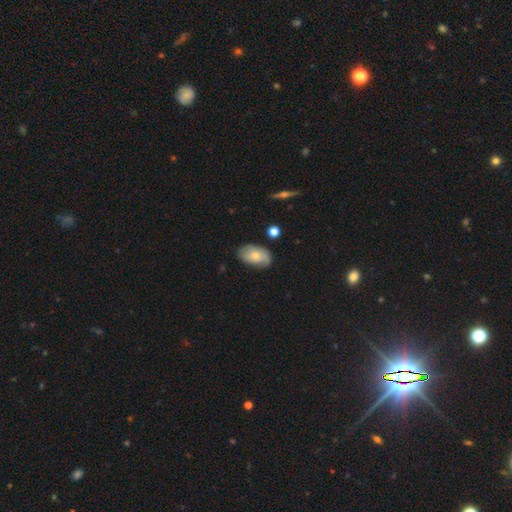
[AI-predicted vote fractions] smooth 58%, featured or disk 35%, star or artifact 7%. Down the decision tree: how rounded — in between (91%); merging — none (68%).